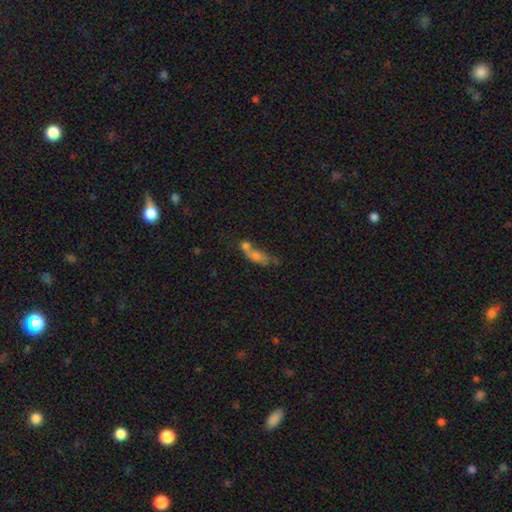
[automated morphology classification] A smooth galaxy with no disk features (60%) that is in between round and cigar-shaped (58%).

Vote fractions:
- Smooth or featured? smooth: 60% / featured or disk: 27% / star or artifact: 13%
- How rounded? in between: 58% / cigar-shaped: 30% / round: 12%
- Merging? merger: 58% / none: 22% / minor disturbance: 10% / major disturbance: 10%